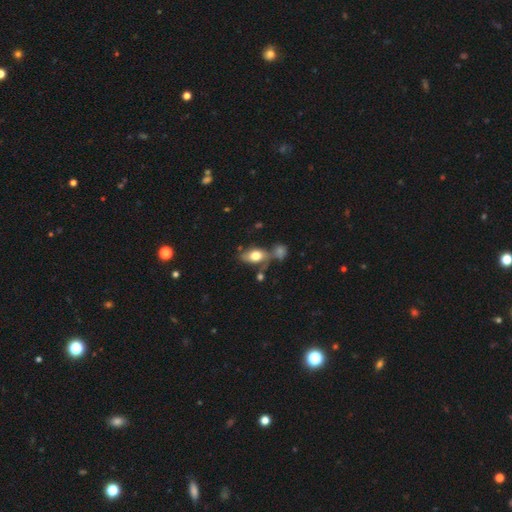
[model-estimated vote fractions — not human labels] Q: Smooth or featured?
A: smooth (71%); runner-up: featured or disk (20%)
Q: How rounded?
A: in between (85%); runner-up: round (11%)
Q: Merging?
A: none (50%); runner-up: merger (25%)